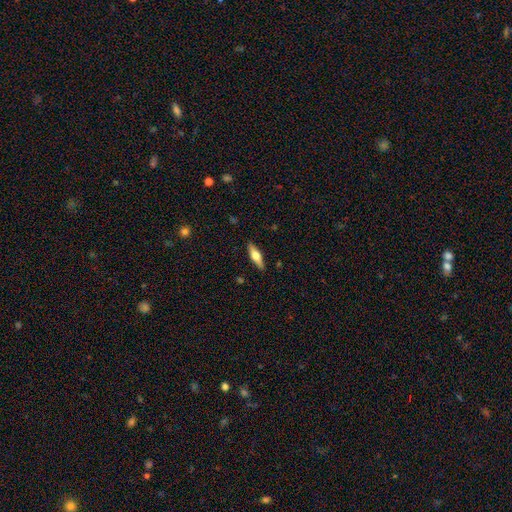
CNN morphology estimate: smooth_or_featured: smooth (p=0.48) [alt: featured or disk p=0.46]
merging: none (p=0.89) [alt: minor disturbance p=0.08]